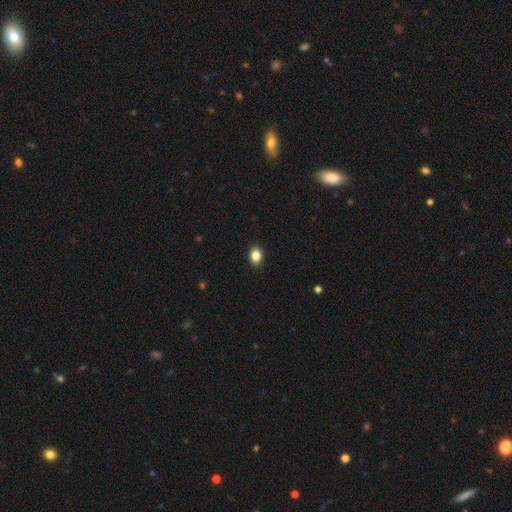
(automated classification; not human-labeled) This appears to be a smooth galaxy with no disk features (86%) that is in between round and cigar-shaped (60%). Merging: none (91%).